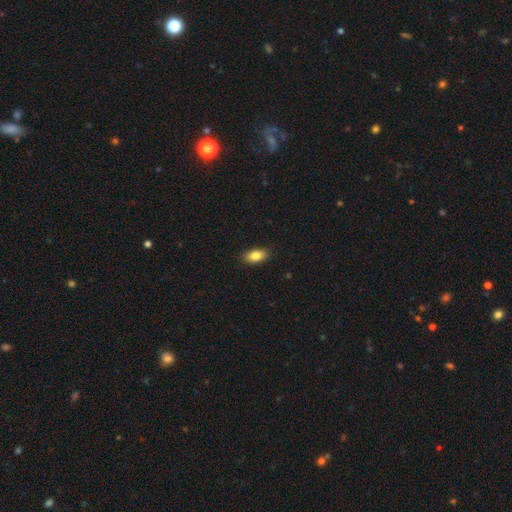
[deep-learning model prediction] Morphology: type=smooth (84%); roundness=in between (89%); merging=none (87%).